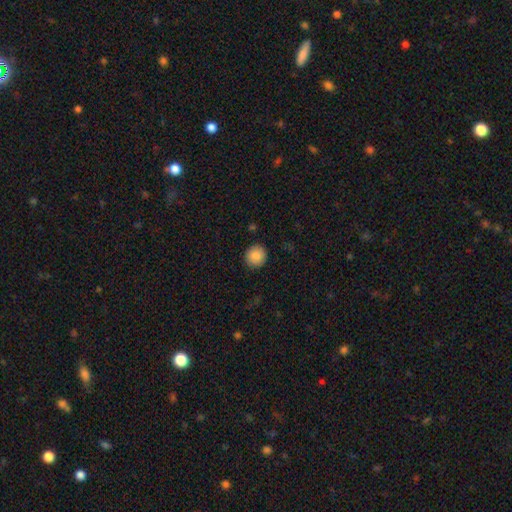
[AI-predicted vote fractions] A smooth galaxy with no disk features (87%) that is round (93%). Merging: none (91%).